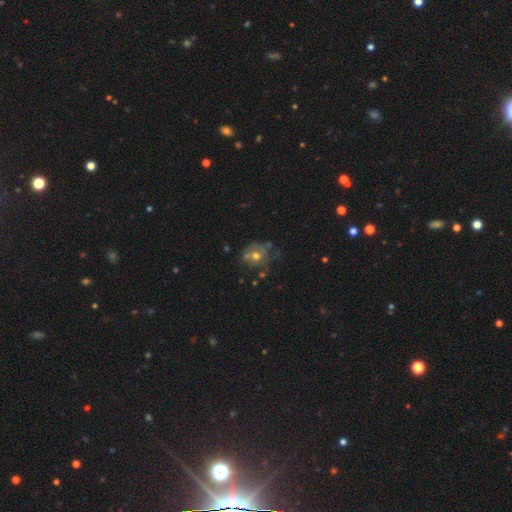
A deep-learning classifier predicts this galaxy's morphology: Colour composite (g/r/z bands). It shows a featured or disk galaxy (47%). Merging: none (40%).